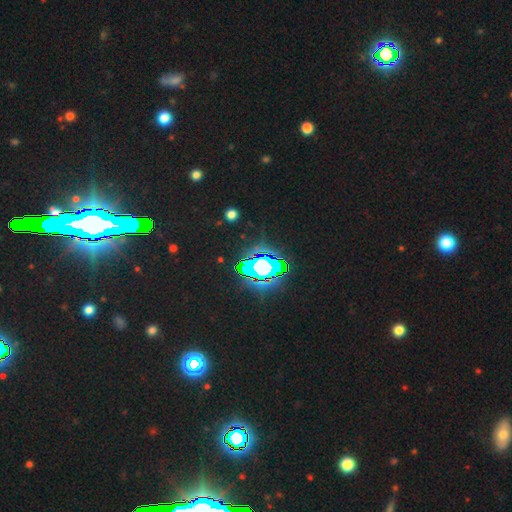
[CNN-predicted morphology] Overall: star or artifact (84%).